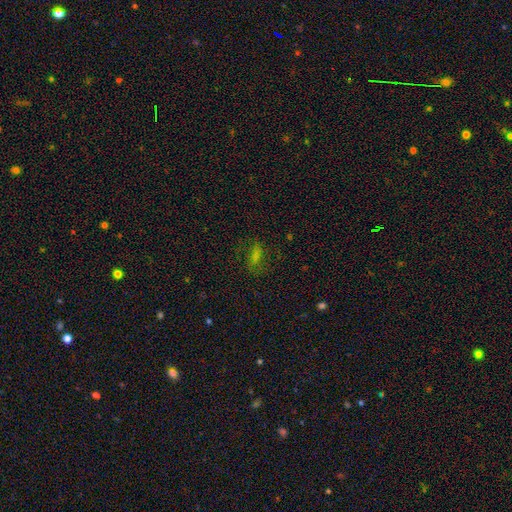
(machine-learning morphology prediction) smooth 51%, star or artifact 28%, featured or disk 21%. Down the decision tree: how rounded — in between (59%); merging — none (69%).